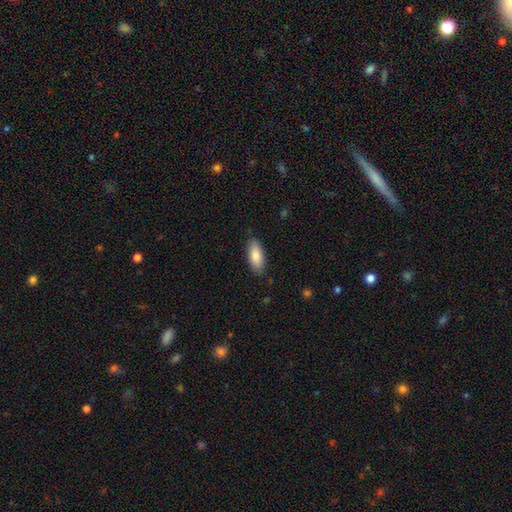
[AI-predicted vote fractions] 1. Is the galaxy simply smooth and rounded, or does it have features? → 84% smooth, 10% featured or disk, 6% star or artifact.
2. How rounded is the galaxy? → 82% in between, 16% cigar-shaped, 2% round.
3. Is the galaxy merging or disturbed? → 85% none, 11% minor disturbance, 2% major disturbance, 1% merger.